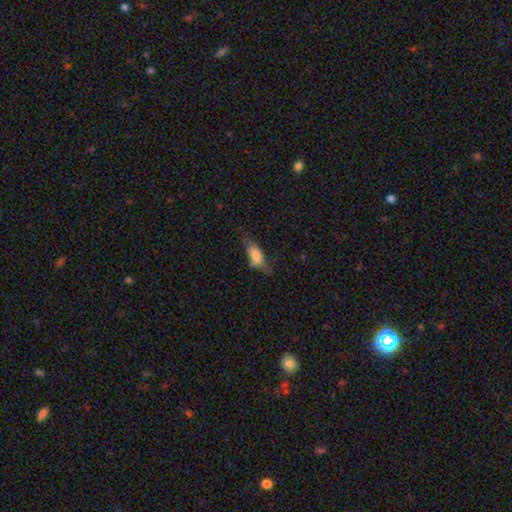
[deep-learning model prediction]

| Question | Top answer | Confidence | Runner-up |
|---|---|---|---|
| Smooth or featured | smooth | 68% | featured or disk (23%) |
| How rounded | in between | 75% | cigar-shaped (20%) |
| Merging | none | 41% | minor disturbance (31%) |